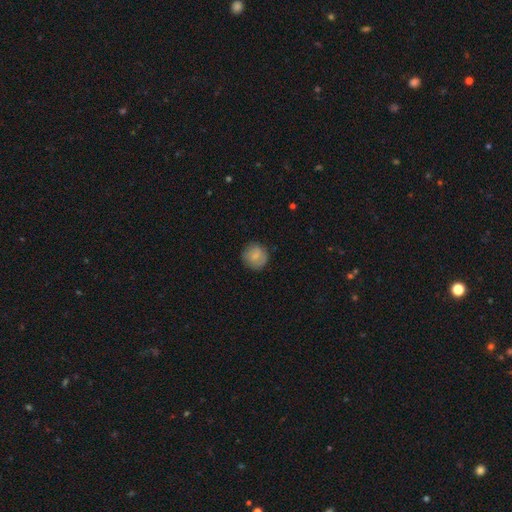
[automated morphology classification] Q: Smooth or featured?
A: smooth (82%); runner-up: featured or disk (11%)
Q: How rounded?
A: round (92%); runner-up: in between (7%)
Q: Merging?
A: none (84%); runner-up: minor disturbance (12%)